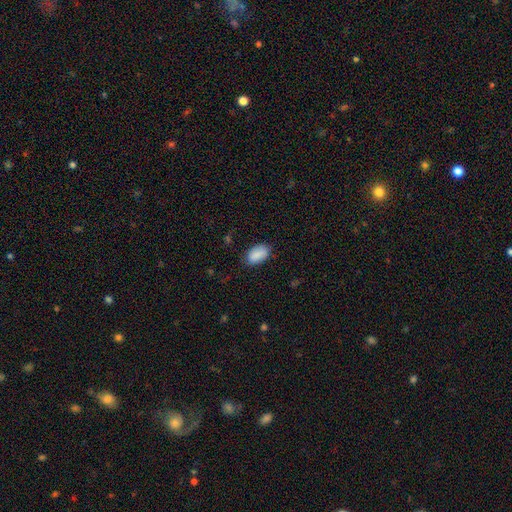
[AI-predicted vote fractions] Q: Smooth or featured?
A: smooth (89%); runner-up: star or artifact (7%)
Q: How rounded?
A: in between (93%); runner-up: round (5%)
Q: Merging?
A: none (79%); runner-up: minor disturbance (16%)